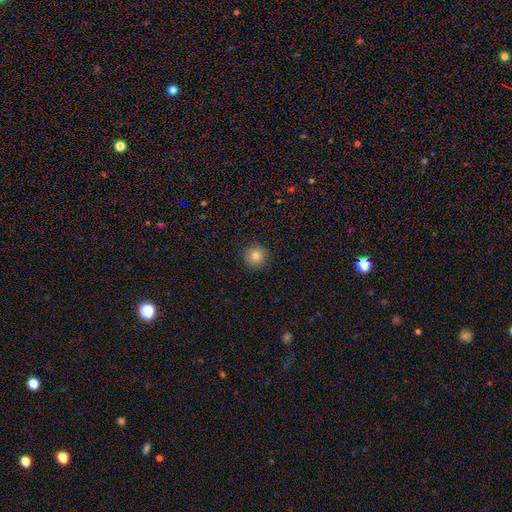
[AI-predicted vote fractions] This appears to be a smooth galaxy with no disk features (82%) that is round (95%). Merging: none (92%).